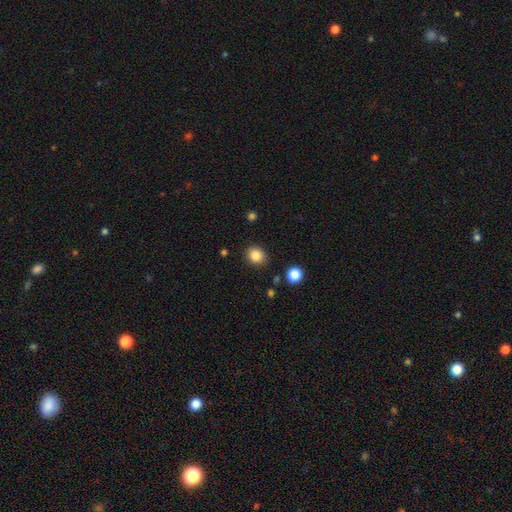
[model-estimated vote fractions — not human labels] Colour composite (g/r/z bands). It shows a smooth galaxy with no disk features (84%) that is round (70%). Merging: none (88%).